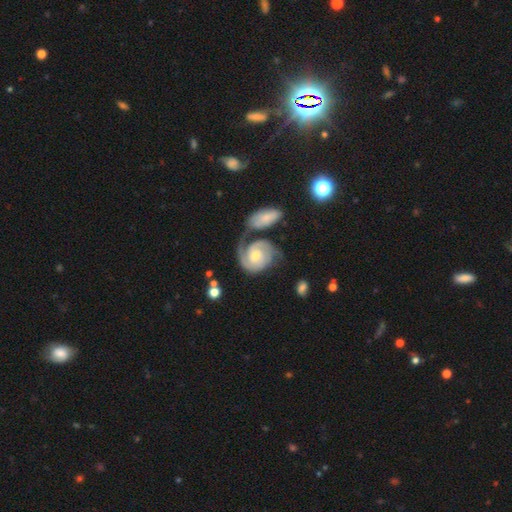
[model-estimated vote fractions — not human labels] Morphology: type=featured or disk (87%); edge-on=no (97%); bar=no (62%); spiral arms=yes (97%); winding=tight (58%); arm count=2 (69%); bulge=moderate (56%); merging=none (44%).